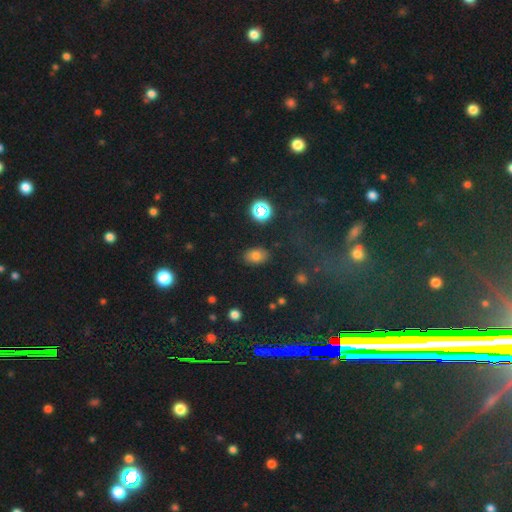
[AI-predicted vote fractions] smooth 77%, star or artifact 14%, featured or disk 9%. Down the decision tree: how rounded — in between (81%); merging — none (85%).